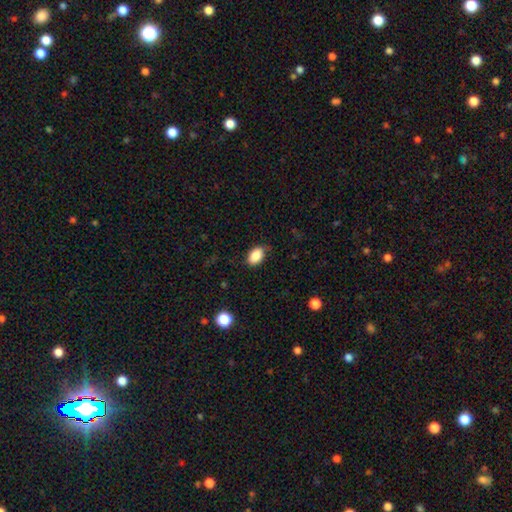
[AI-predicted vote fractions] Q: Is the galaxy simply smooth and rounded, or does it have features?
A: smooth — 88%.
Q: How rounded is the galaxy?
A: in between — 88%.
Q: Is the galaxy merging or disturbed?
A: none — 78%.